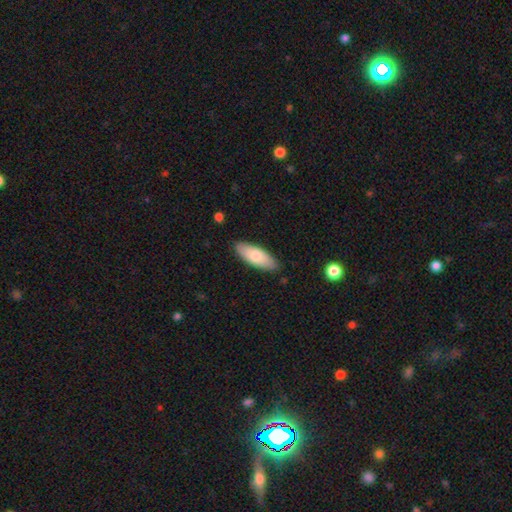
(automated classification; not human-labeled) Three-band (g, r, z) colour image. It shows a smooth galaxy with no disk features (77%) that is in between round and cigar-shaped (74%). Merging: none (87%).